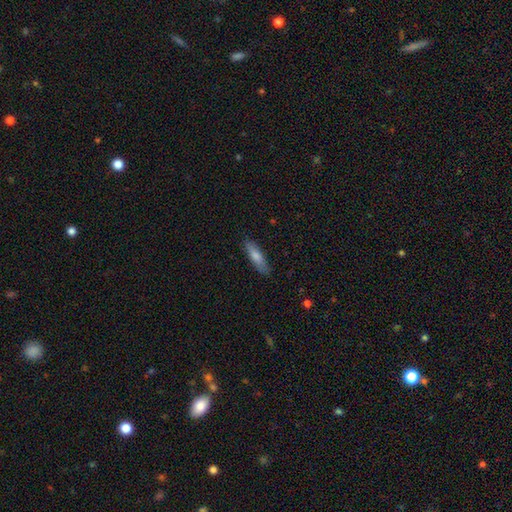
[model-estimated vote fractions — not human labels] This is likely a smooth galaxy (70%). How rounded: likely cigar-shaped (70%). Merging: clearly none (85%).